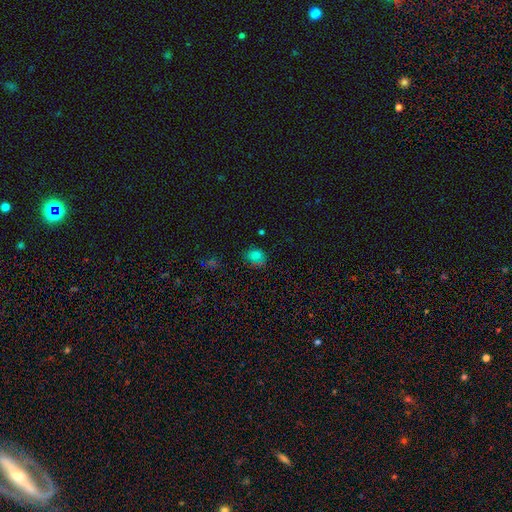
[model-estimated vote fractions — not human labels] Morphology: type=smooth (75%); roundness=round (58%); merging=none (67%).